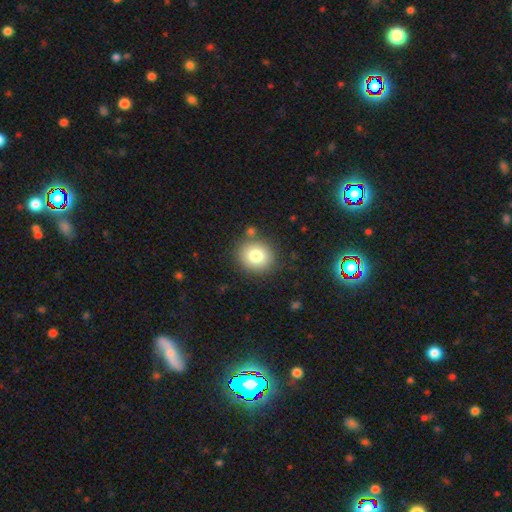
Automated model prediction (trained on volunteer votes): Morphology: type=smooth (80%); roundness=round (81%); merging=none (83%).